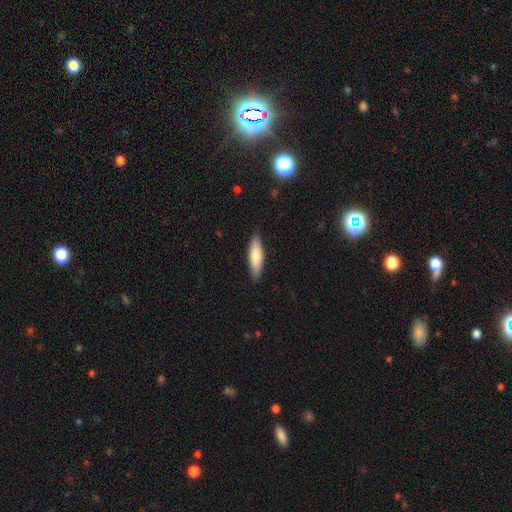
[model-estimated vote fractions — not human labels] Q: Smooth or featured?
A: smooth (69%); runner-up: featured or disk (25%)
Q: How rounded?
A: cigar-shaped (58%); runner-up: in between (40%)
Q: Merging?
A: none (88%); runner-up: minor disturbance (9%)